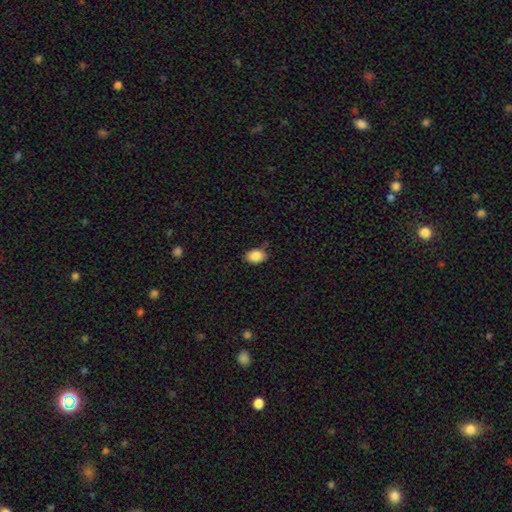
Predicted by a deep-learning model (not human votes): smooth-or-featured: smooth: 87% | star or artifact: 8% | featured or disk: 5%
  how-rounded: in between: 82% | round: 17% | cigar-shaped: 1%
  merging: none: 74% | minor disturbance: 19% | major disturbance: 3% | merger: 3%